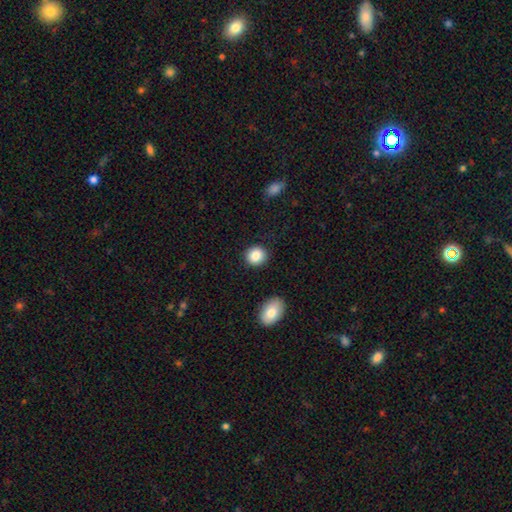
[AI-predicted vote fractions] Smooth or featured?
  - smooth: 87% *
  - star or artifact: 8%
  - featured or disk: 5%
How rounded?
  - round: 84% *
  - in between: 15%
  - cigar-shaped: 1%
Merging?
  - none: 90% *
  - minor disturbance: 6%
  - major disturbance: 2%
  - merger: 2%